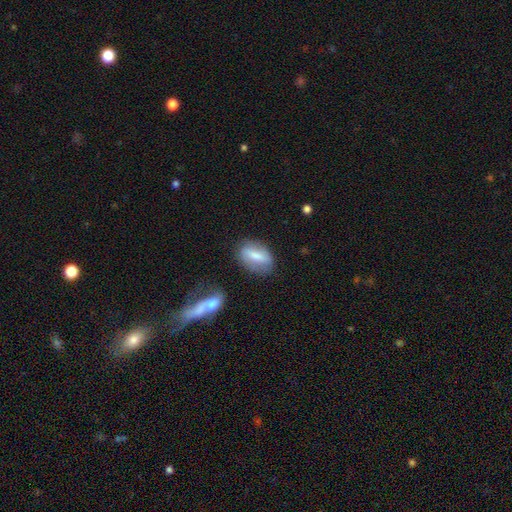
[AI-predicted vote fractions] smooth 62%, featured or disk 31%, star or artifact 7%. Down the decision tree: how rounded — in between (84%); merging — none (72%).